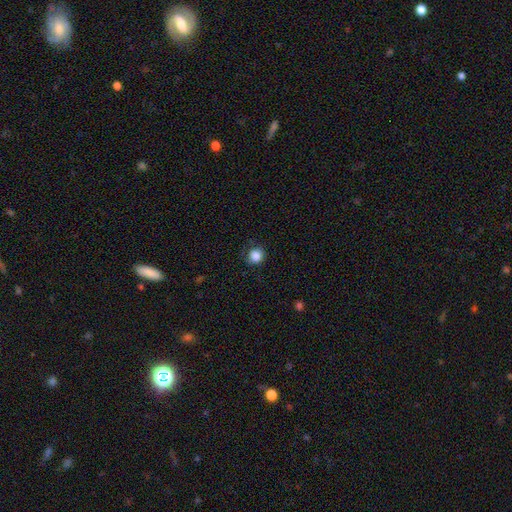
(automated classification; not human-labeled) Overall: smooth (86%). How rounded: round (92%). Merging: none (83%).